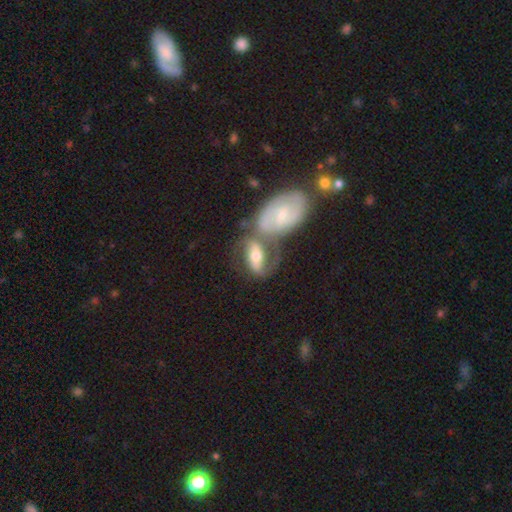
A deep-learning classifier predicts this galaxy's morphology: The model was most divided on "bar": weak: 37%, strong: 32%, no: 31%. Remaining: edge-on disk — no (90%); spiral arms — yes (84%); spiral arm count — 2 (79%); smooth or featured — featured or disk (66%); bulge size — moderate (58%); merging — merger (55%); spiral winding — medium (44%).